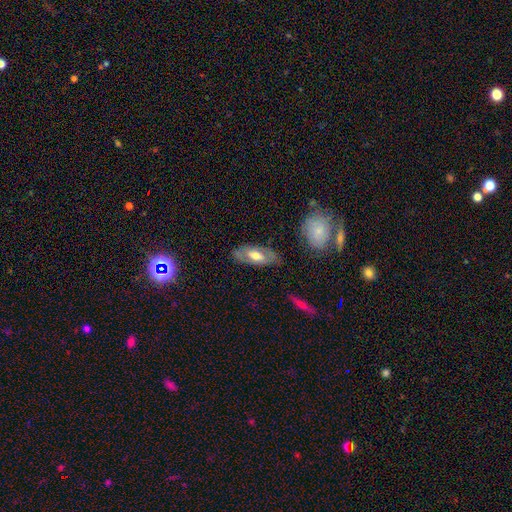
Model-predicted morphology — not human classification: This appears to be a featured or disk galaxy (47%, tied with smooth). Merging: none (77%).